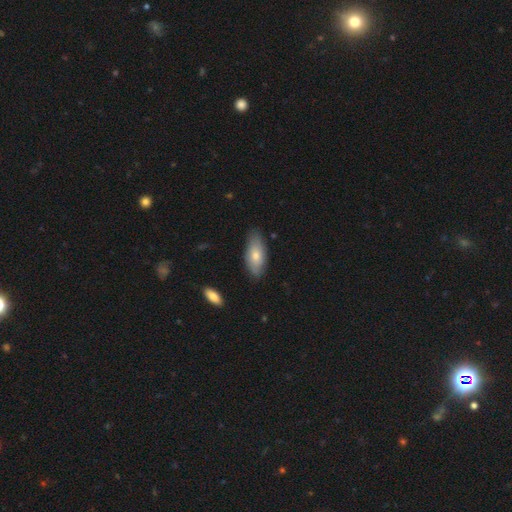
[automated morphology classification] smooth_or_featured: smooth (p=0.72) [alt: featured or disk p=0.22]
how_rounded: in between (p=0.84) [alt: cigar-shaped p=0.14]
merging: none (p=0.79) [alt: minor disturbance p=0.17]